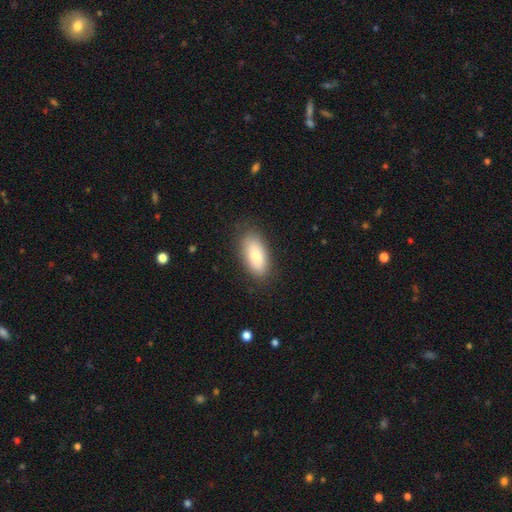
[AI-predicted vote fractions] Smooth or featured: smooth — 79% (featured or disk — 15%)
How rounded: in between — 89% (cigar-shaped — 8%)
Merging: none — 84% (minor disturbance — 12%)